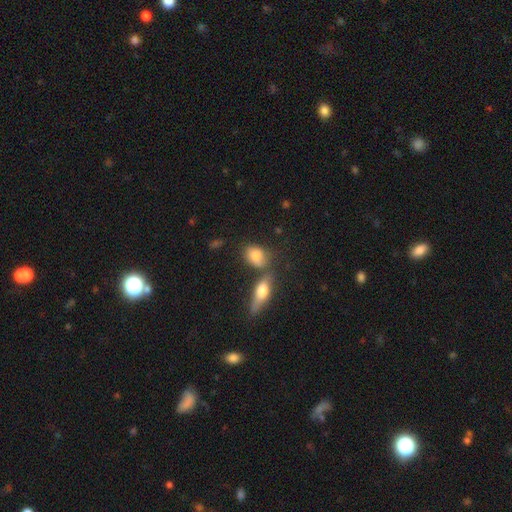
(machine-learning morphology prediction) smooth_or_featured: smooth (p=0.79) [alt: featured or disk p=0.13]
how_rounded: in between (p=0.79) [alt: round p=0.17]
merging: none (p=0.51) [alt: merger p=0.25]